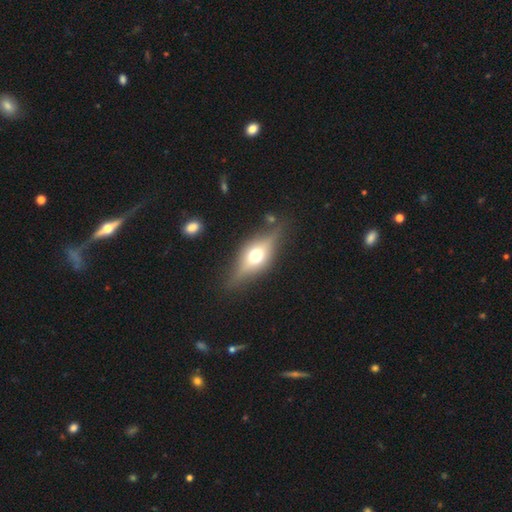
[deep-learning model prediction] A featured or disk galaxy (60%) viewed edge-on (89%) with a rounded central bulge (94%). Merging: none (80%).